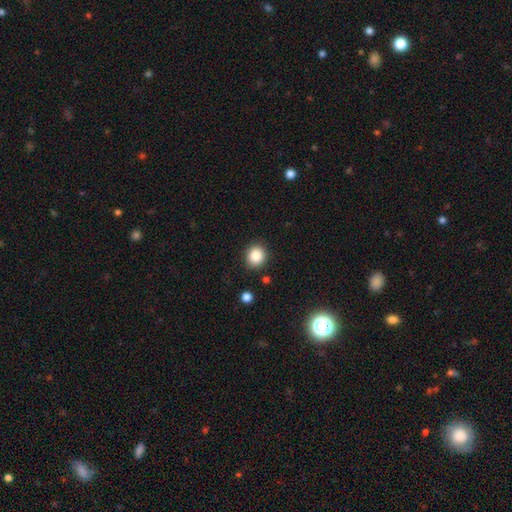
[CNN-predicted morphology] smooth 86%, star or artifact 10%, featured or disk 4%. Down the decision tree: how rounded — round (82%); merging — none (88%).